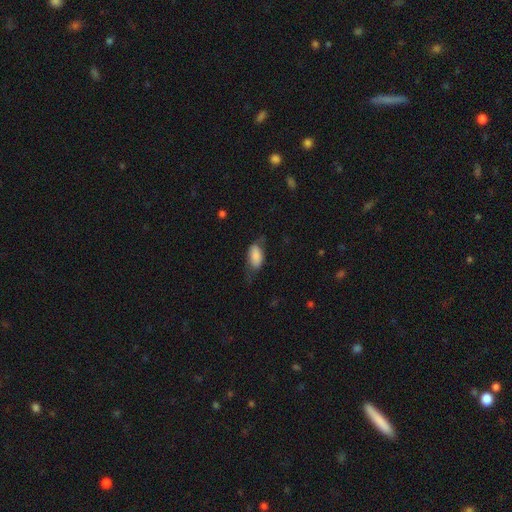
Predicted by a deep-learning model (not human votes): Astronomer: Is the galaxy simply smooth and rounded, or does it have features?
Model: smooth — 77%.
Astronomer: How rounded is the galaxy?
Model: in between — 92%.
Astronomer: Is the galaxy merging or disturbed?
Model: none — 46% (runner-up: minor disturbance, 31%).